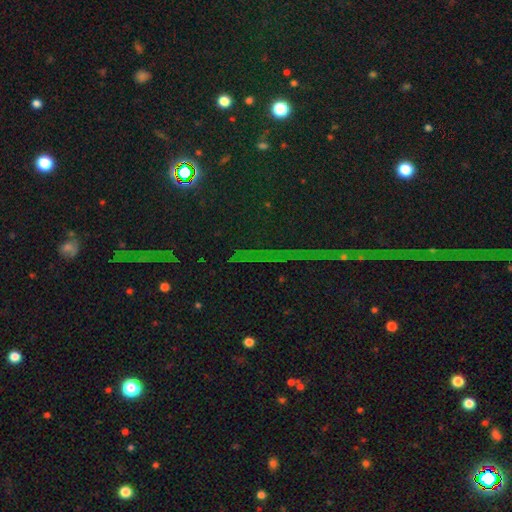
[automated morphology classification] This is likely a star or artifact rather than a galaxy (80%).